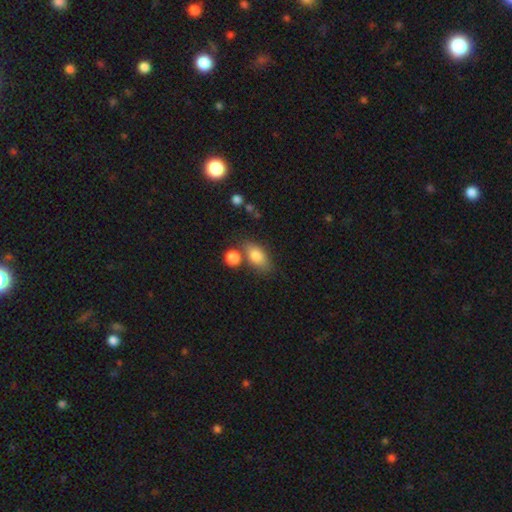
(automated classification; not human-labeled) Smooth or featured? smooth (82%)
How rounded? in between (85%)
Merging? none (60%)